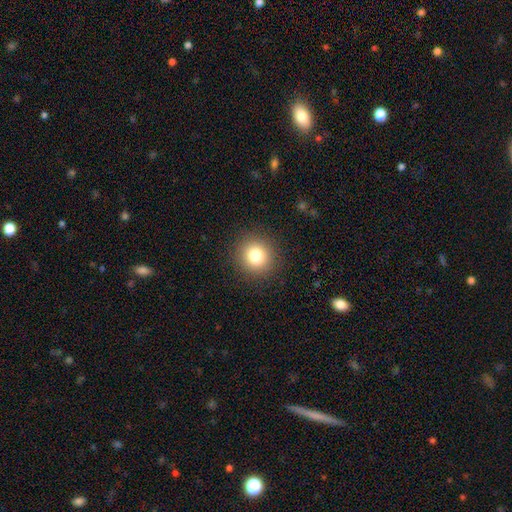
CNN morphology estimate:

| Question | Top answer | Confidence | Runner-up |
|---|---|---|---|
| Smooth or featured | smooth | 80% | star or artifact (12%) |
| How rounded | round | 91% | in between (8%) |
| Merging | none | 91% | minor disturbance (6%) |